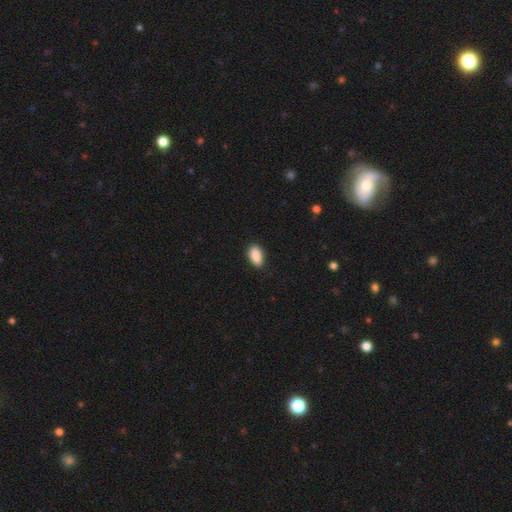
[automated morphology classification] smooth 89%, star or artifact 7%, featured or disk 4%. Down the decision tree: how rounded — in between (92%); merging — none (86%).